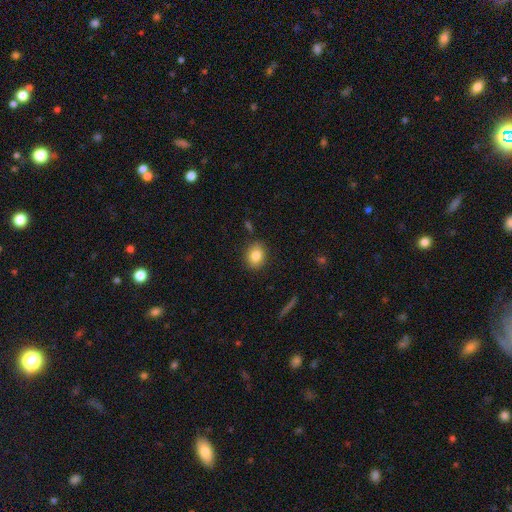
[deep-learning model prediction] Morphology: type=smooth (83%); roundness=round (54%); merging=none (87%).